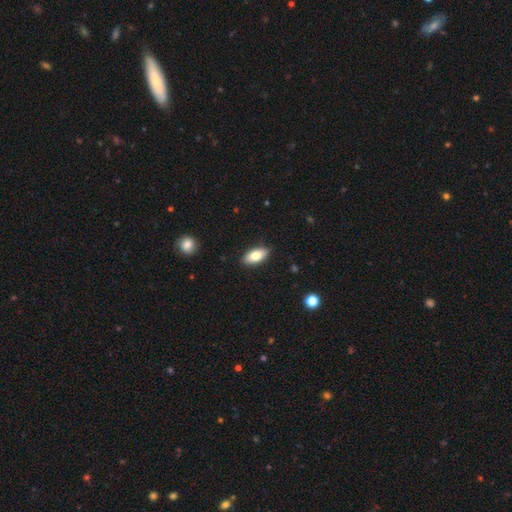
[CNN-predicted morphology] A smooth galaxy with no disk features (78%) that is in between round and cigar-shaped (90%).

Vote fractions:
- Smooth or featured? smooth: 78% / featured or disk: 15% / star or artifact: 7%
- How rounded? in between: 90% / cigar-shaped: 7% / round: 3%
- Merging? none: 88% / minor disturbance: 9% / major disturbance: 2% / merger: 1%